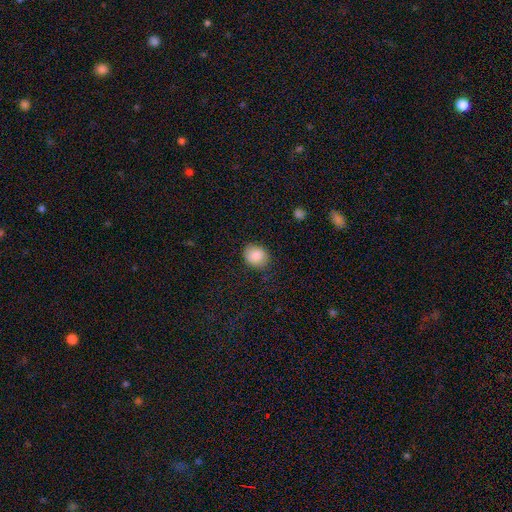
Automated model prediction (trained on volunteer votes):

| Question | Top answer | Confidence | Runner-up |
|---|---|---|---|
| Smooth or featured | smooth | 87% | star or artifact (8%) |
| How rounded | round | 67% | in between (32%) |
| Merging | none | 80% | minor disturbance (15%) |